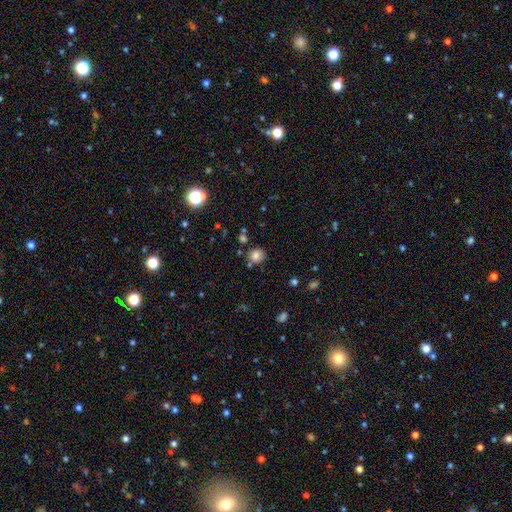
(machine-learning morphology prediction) smooth 79%, star or artifact 13%, featured or disk 8%. Down the decision tree: how rounded — round (83%); merging — none (76%).